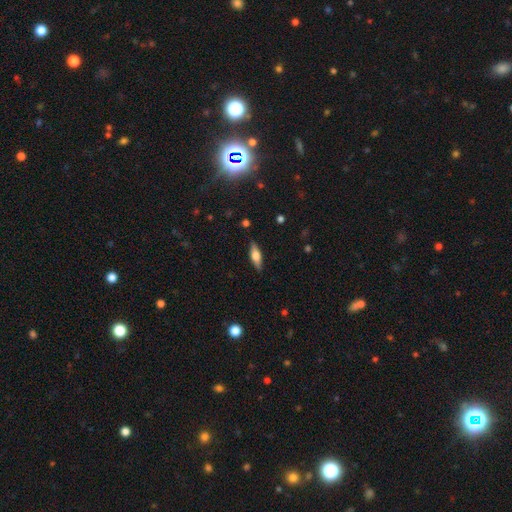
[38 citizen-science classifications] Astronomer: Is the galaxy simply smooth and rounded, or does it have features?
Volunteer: smooth — 55% (runner-up: featured or disk, 42%).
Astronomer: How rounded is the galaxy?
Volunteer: cigar-shaped — 52% (runner-up: in between, 43%).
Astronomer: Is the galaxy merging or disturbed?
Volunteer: none — 95%.